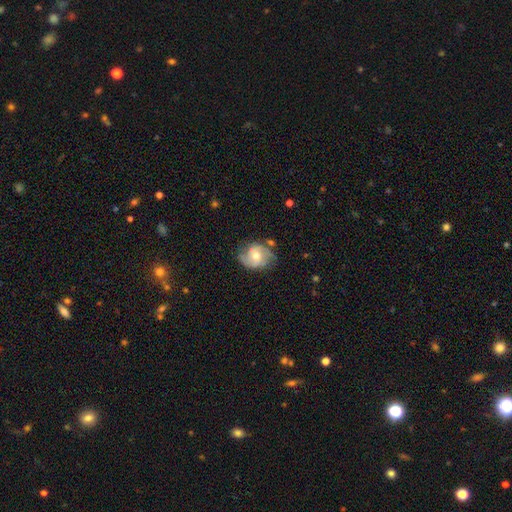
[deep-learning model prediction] Smooth or featured?
  - featured or disk: 67% *
  - smooth: 26%
  - star or artifact: 7%
Edge-on disk?
  - no: 97% *
  - yes: 3%
Bar?
  - no: 67% *
  - weak: 28%
  - strong: 6%
Spiral arms?
  - yes: 85% *
  - no: 15%
Spiral winding?
  - medium: 43% *
  - tight: 38%
  - loose: 19%
Spiral arm count?
  - 2: 63% *
  - can't tell: 20%
  - 3: 10%
  - 1: 4%
  - 4: 2%
  - more than 4: 2%
Bulge size?
  - moderate: 66% *
  - small: 28%
  - large: 4%
  - none: 1%
  - dominant: 1%
Merging?
  - none: 63% *
  - minor disturbance: 24%
  - major disturbance: 9%
  - merger: 4%